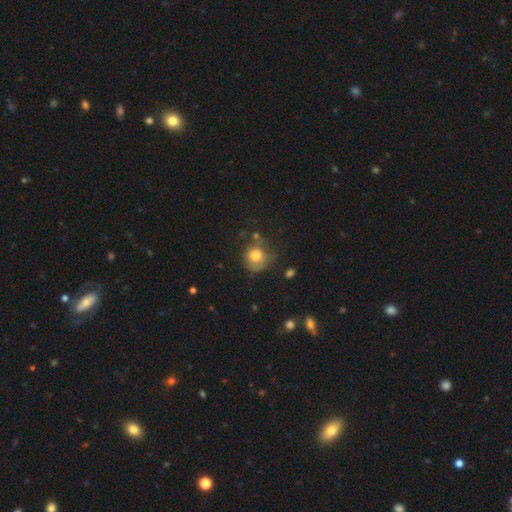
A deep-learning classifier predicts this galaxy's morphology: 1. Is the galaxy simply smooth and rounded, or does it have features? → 76% smooth, 14% featured or disk, 10% star or artifact.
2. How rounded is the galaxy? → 83% round, 16% in between, 1% cigar-shaped.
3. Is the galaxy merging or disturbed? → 55% none, 26% minor disturbance, 13% major disturbance, 6% merger.